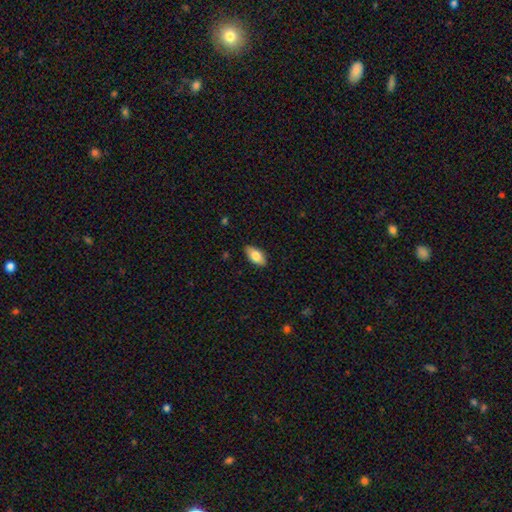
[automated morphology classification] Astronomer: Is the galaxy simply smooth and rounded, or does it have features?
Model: smooth — 81%.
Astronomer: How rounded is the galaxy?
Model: in between — 91%.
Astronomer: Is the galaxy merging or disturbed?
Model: none — 88%.